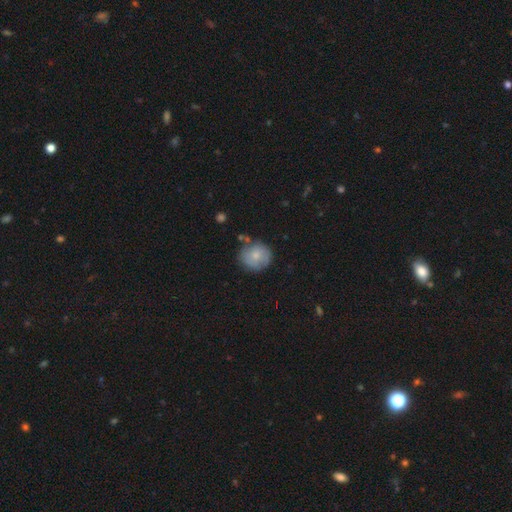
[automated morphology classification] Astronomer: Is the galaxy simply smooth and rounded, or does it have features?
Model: smooth — 68%.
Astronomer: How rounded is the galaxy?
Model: round — 87%.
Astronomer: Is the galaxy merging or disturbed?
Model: none — 71%.